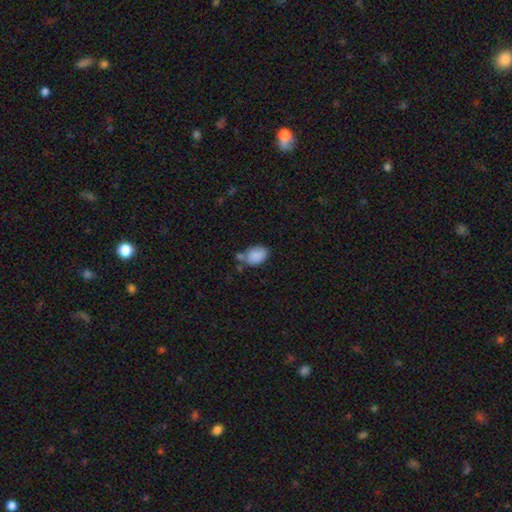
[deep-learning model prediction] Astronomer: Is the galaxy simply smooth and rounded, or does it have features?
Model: smooth — 87%.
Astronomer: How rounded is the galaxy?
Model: in between — 86%.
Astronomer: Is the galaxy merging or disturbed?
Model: none — 57%.